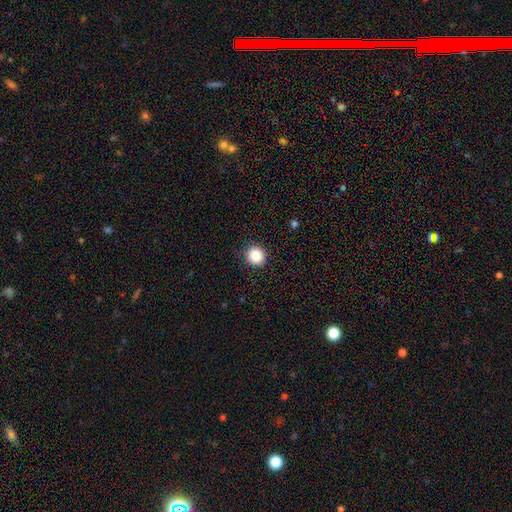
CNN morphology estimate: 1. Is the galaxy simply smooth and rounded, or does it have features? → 88% smooth, 9% star or artifact, 3% featured or disk.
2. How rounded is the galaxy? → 90% round, 9% in between, 1% cigar-shaped.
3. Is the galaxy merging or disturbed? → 89% none, 7% minor disturbance, 2% major disturbance, 1% merger.